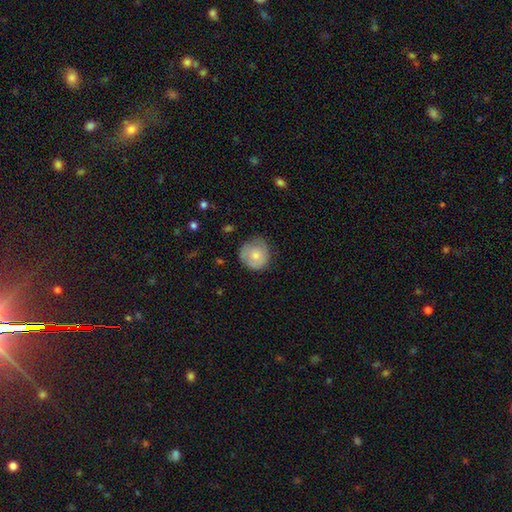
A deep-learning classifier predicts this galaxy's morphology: The model was most divided on "merging": none: 66%, minor disturbance: 26%, major disturbance: 7%, merger: 2%. More confident: how rounded — round (90%); smooth or featured — smooth (67%).